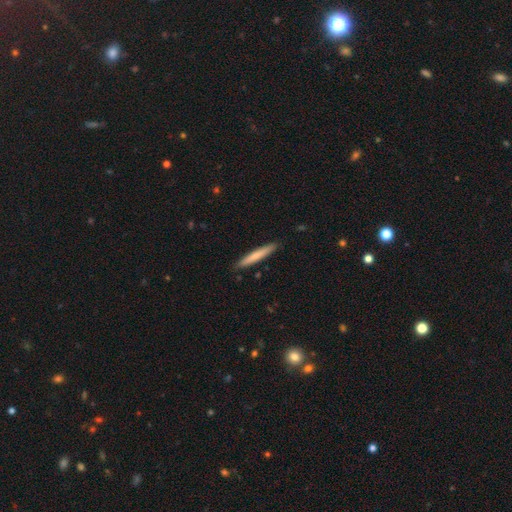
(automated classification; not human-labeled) Overall: smooth (73%). How rounded: cigar-shaped (95%). Merging: none (90%).